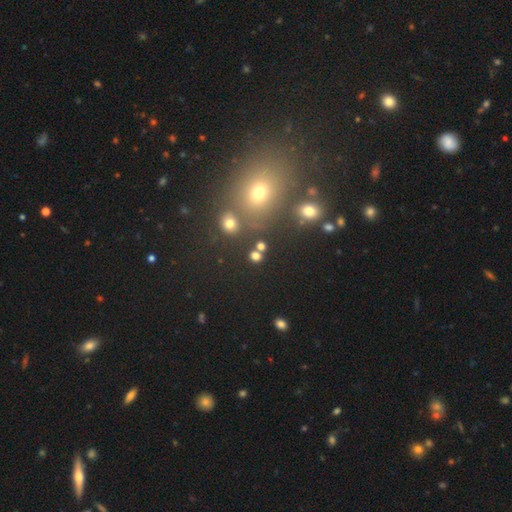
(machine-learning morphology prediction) type=smooth (70%); roundness=round (79%); merging=none (73%).